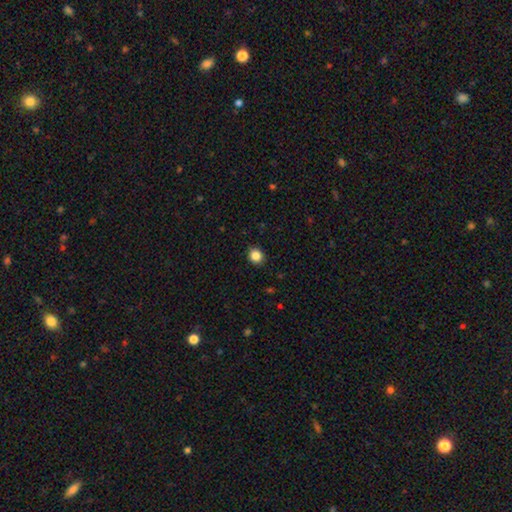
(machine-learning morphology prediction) smooth_or_featured: smooth (p=0.86) [alt: star or artifact p=0.10]
how_rounded: round (p=0.78) [alt: in between p=0.21]
merging: none (p=0.89) [alt: minor disturbance p=0.08]